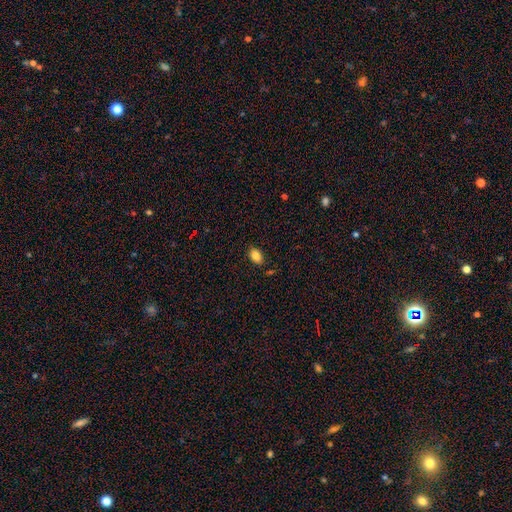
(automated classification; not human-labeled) Morphology: type=smooth (85%); roundness=in between (85%); merging=none (85%).